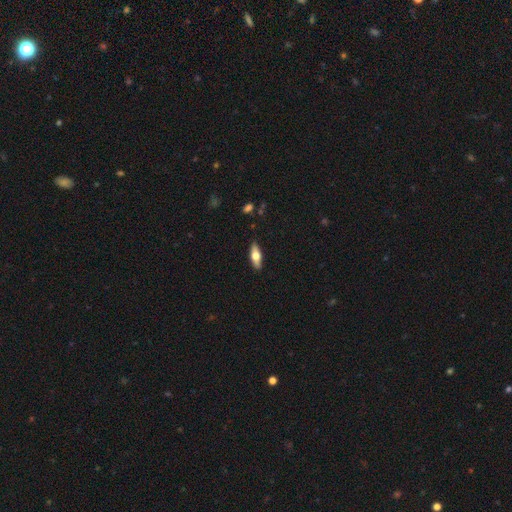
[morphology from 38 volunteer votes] Overall: smooth (74%). How rounded: in between (64%; cigar-shaped 36%). Merging: none (84%).